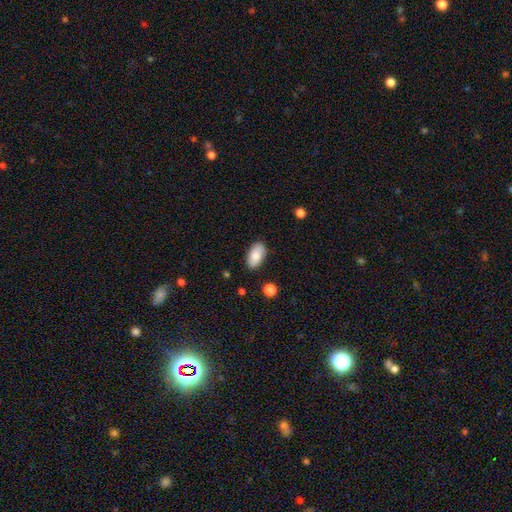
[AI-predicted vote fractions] Overall: smooth (84%). How rounded: in between (94%). Merging: none (85%).